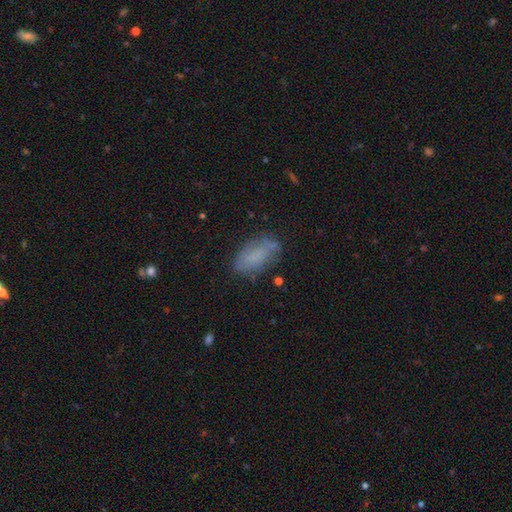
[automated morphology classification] Smooth or featured? smooth (66%)
How rounded? in between (89%)
Merging? none (63%)